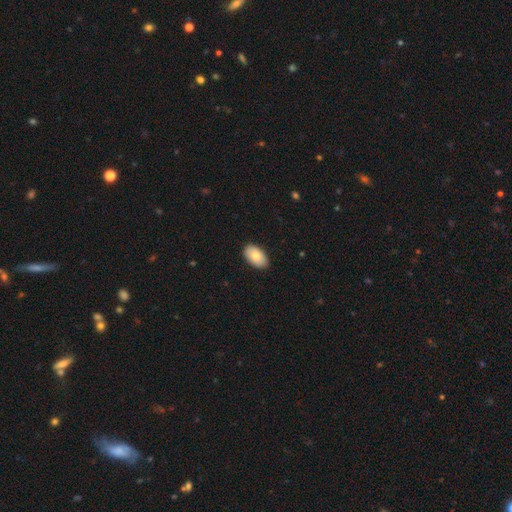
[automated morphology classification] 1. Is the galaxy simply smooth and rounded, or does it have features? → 79% smooth, 14% featured or disk, 6% star or artifact.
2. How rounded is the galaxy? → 94% in between, 4% round, 1% cigar-shaped.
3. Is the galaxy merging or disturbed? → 88% none, 9% minor disturbance, 2% major disturbance, 1% merger.